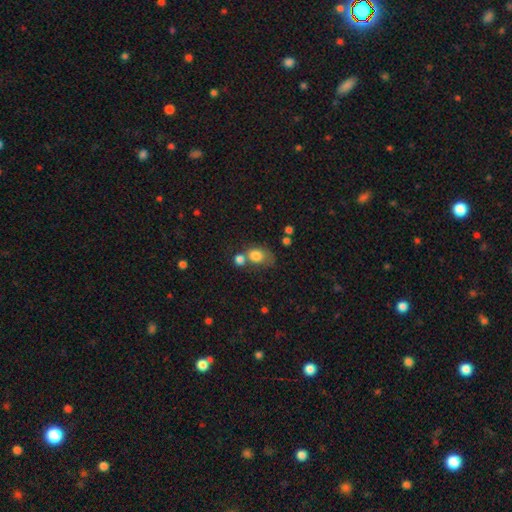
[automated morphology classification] smooth_or_featured: smooth (p=0.79) [alt: featured or disk p=0.10]
how_rounded: in between (p=0.50) [alt: round p=0.48]
merging: merger (p=0.41) [alt: none p=0.31]